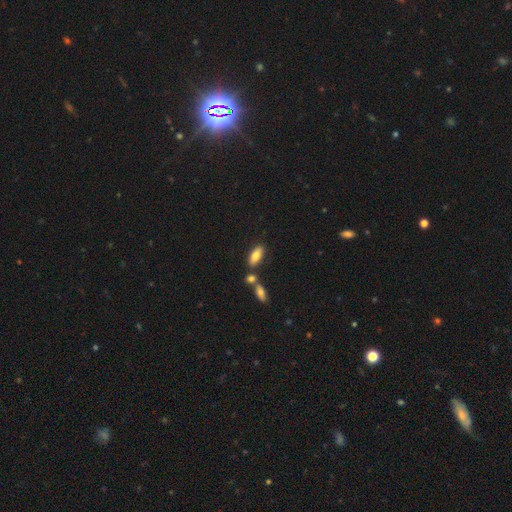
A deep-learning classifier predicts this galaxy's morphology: Smooth or featured? Predicted: smooth (p=0.78). How rounded? Predicted: in between (p=0.80). Merging? Predicted: none (p=0.67).